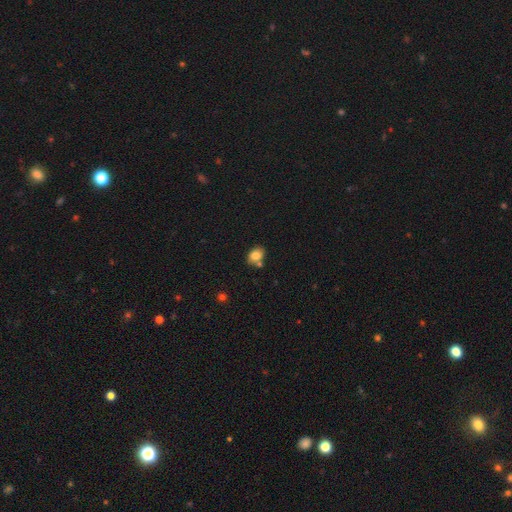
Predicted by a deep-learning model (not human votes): smooth_or_featured: smooth (p=0.80) [alt: featured or disk p=0.11]
how_rounded: in between (p=0.66) [alt: round p=0.33]
merging: none (p=0.63) [alt: merger p=0.20]